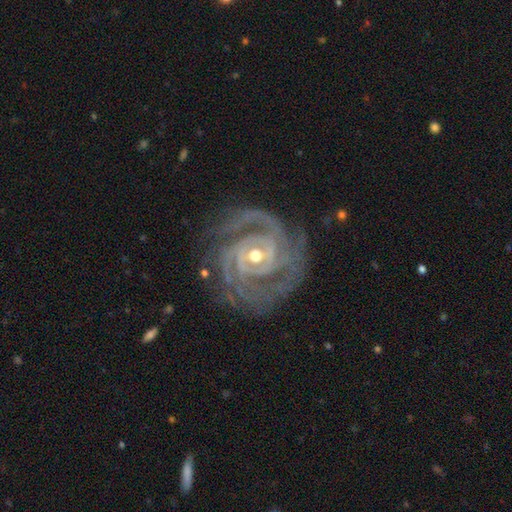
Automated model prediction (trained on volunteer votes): Smooth or featured?
  - featured or disk: 93% *
  - star or artifact: 4%
  - smooth: 3%
Edge-on disk?
  - no: 98% *
  - yes: 2%
Bar?
  - no: 41% *
  - weak: 38%
  - strong: 21%
Spiral arms?
  - yes: 98% *
  - no: 2%
Spiral winding?
  - tight: 70% *
  - medium: 26%
  - loose: 4%
Spiral arm count?
  - 3: 29% *
  - 2: 26%
  - can't tell: 15%
  - 4: 15%
  - more than 4: 8%
  - 1: 7%
Bulge size?
  - moderate: 62% *
  - small: 33%
  - large: 3%
  - none: 1%
  - dominant: 1%
Merging?
  - none: 74% *
  - minor disturbance: 16%
  - major disturbance: 8%
  - merger: 1%